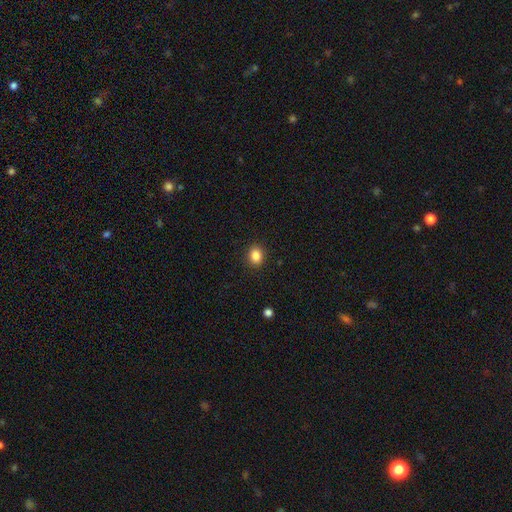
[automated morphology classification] Smooth or featured: smooth — 86% (star or artifact — 10%)
How rounded: round — 56% (in between — 43%)
Merging: none — 90% (minor disturbance — 7%)